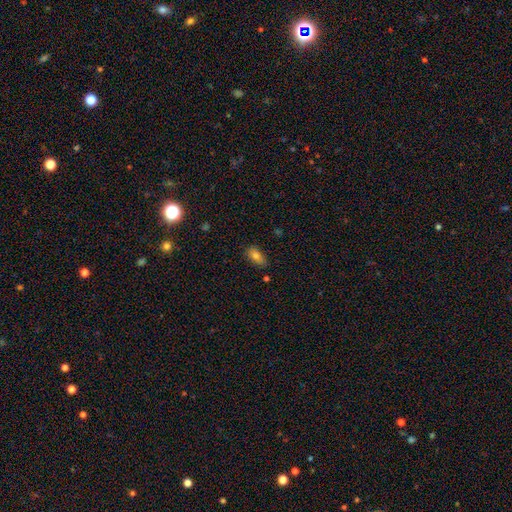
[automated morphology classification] smooth_or_featured: smooth (p=0.80) [alt: star or artifact p=0.10]
how_rounded: in between (p=0.87) [alt: cigar-shaped p=0.08]
merging: none (p=0.71) [alt: minor disturbance p=0.22]